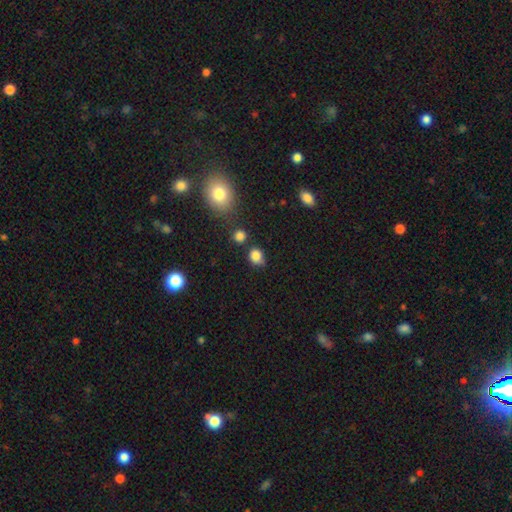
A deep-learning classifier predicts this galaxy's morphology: Smooth or featured? Predicted: smooth (p=0.82). How rounded? Predicted: round (p=0.69). Merging? Predicted: none (p=0.64).